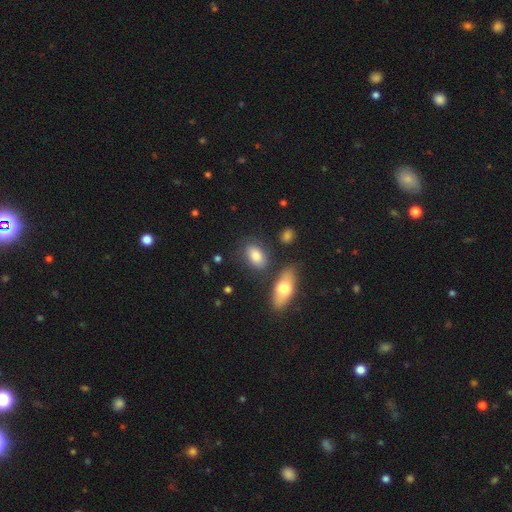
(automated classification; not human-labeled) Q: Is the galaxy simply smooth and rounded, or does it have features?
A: smooth — 82%.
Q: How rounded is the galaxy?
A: in between — 88%.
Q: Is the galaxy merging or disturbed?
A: none — 72%.